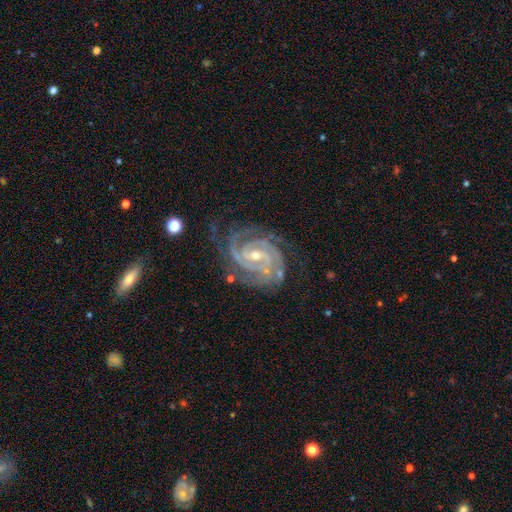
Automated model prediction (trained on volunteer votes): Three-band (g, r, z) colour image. It shows a featured or disk galaxy (93%) with a weak bar (44%), 3 (34%) tight (75%) spiral arms (99%) and a small central bulge (60%). Merging: none (72%).